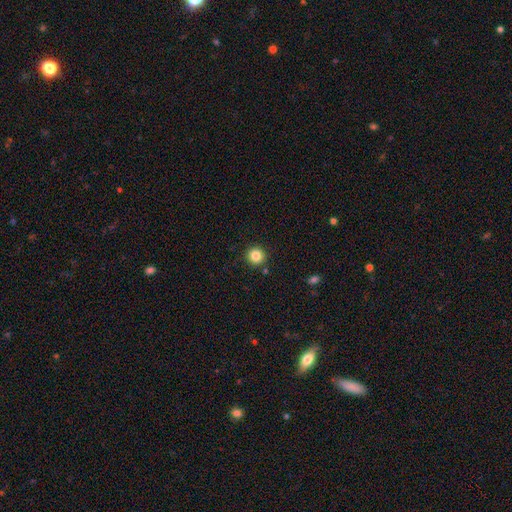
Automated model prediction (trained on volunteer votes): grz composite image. It shows a smooth galaxy with no disk features (85%) that is round (95%). Merging: none (90%).